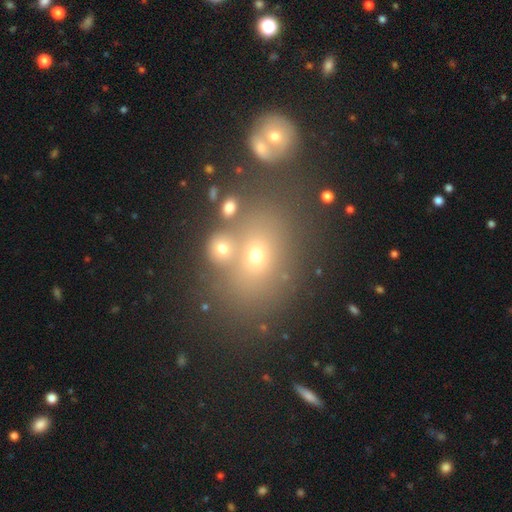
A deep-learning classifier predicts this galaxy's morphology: type=smooth (53%); roundness=round (50%); merging=none (64%).